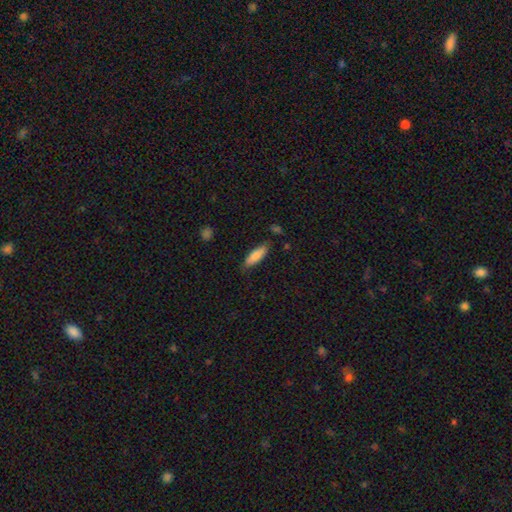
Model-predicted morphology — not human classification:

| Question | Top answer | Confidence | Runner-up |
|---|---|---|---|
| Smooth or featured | smooth | 83% | featured or disk (11%) |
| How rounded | in between | 55% | cigar-shaped (43%) |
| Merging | none | 79% | minor disturbance (15%) |